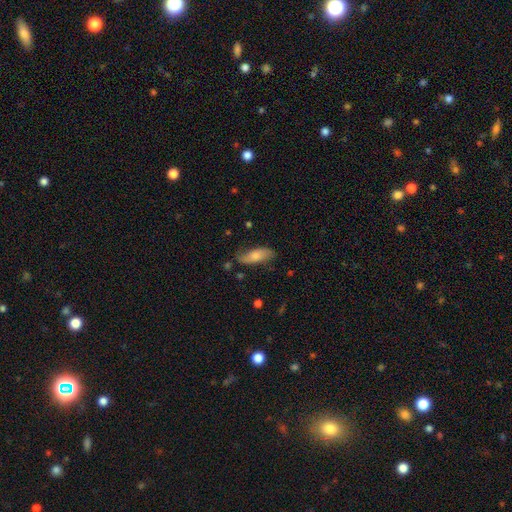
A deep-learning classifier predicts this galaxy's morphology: Smooth or featured?
  - smooth: 68% *
  - featured or disk: 25%
  - star or artifact: 6%
How rounded?
  - in between: 72% *
  - cigar-shaped: 26%
  - round: 2%
Merging?
  - none: 70% *
  - minor disturbance: 22%
  - major disturbance: 5%
  - merger: 2%